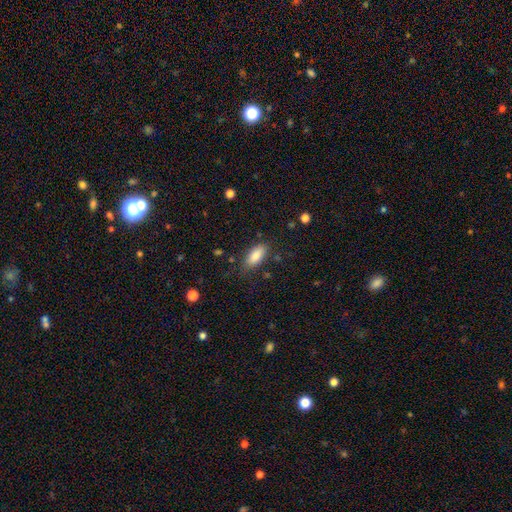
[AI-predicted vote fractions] Q: Smooth or featured?
A: smooth (86%); runner-up: featured or disk (8%)
Q: How rounded?
A: in between (85%); runner-up: cigar-shaped (13%)
Q: Merging?
A: none (79%); runner-up: minor disturbance (15%)